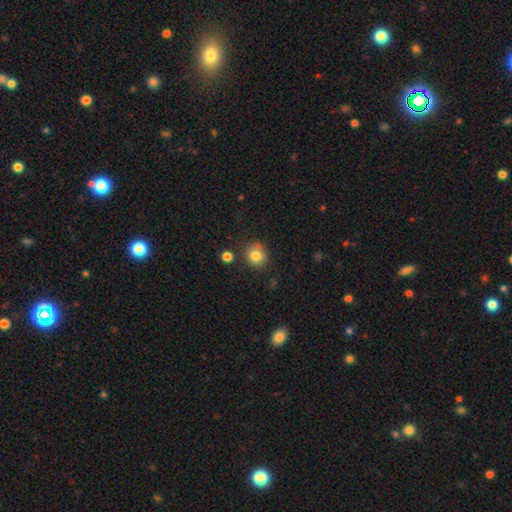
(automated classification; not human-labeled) smooth_or_featured: smooth (p=0.83) [alt: star or artifact p=0.10]
how_rounded: round (p=0.86) [alt: in between p=0.13]
merging: none (p=0.77) [alt: minor disturbance p=0.14]